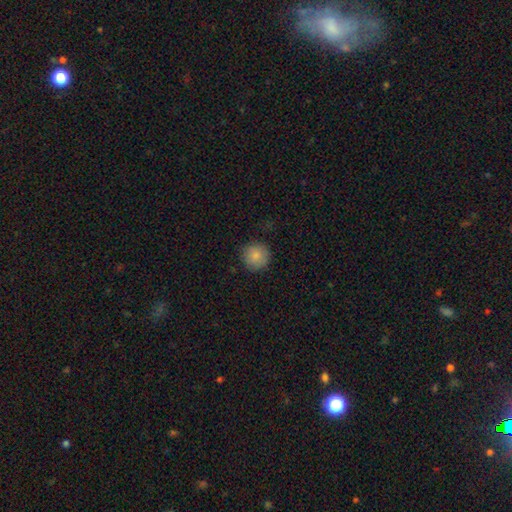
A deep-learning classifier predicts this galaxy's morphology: smooth-or-featured: smooth: 86% | star or artifact: 9% | featured or disk: 5%
  how-rounded: round: 94% | in between: 5% | cigar-shaped: 1%
  merging: none: 88% | minor disturbance: 9% | major disturbance: 2% | merger: 1%